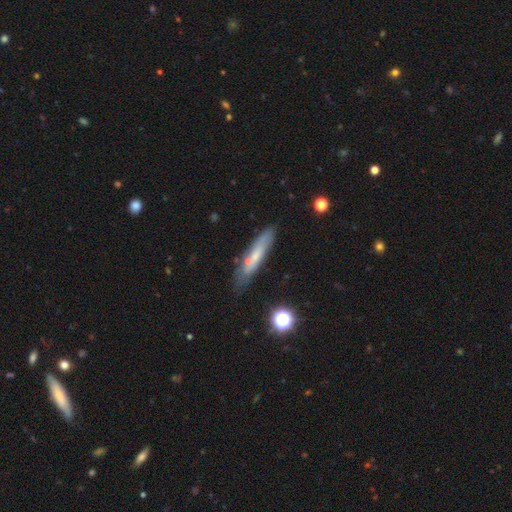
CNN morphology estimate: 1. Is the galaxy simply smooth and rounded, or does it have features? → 54% smooth, 37% featured or disk, 9% star or artifact.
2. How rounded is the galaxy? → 86% cigar-shaped, 12% in between, 2% round.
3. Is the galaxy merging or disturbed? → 75% none, 16% minor disturbance, 6% merger, 4% major disturbance.